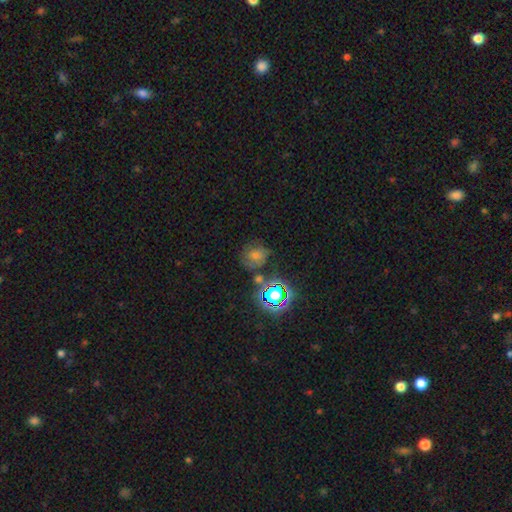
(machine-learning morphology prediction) This appears to be a smooth galaxy with no disk features (41%). Merging: none (70%).